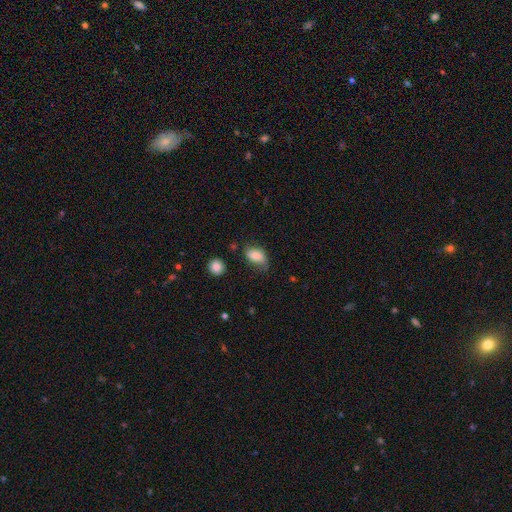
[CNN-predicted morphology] Smooth or featured: smooth — 79% (featured or disk — 13%)
How rounded: in between — 88% (round — 10%)
Merging: none — 52% (minor disturbance — 33%)